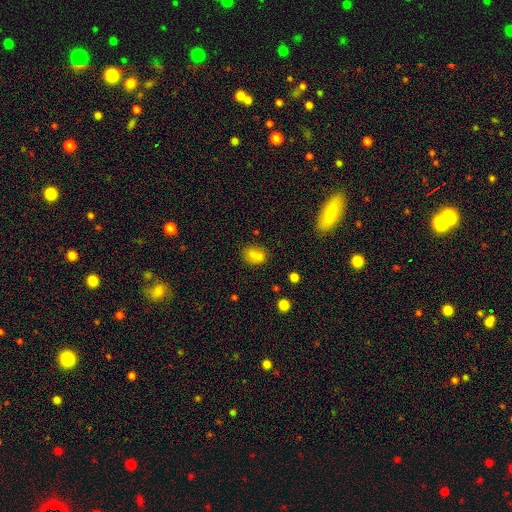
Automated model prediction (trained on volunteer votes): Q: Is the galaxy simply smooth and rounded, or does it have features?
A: smooth — 79%.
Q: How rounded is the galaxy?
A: in between — 72%.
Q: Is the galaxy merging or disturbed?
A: none — 66%.